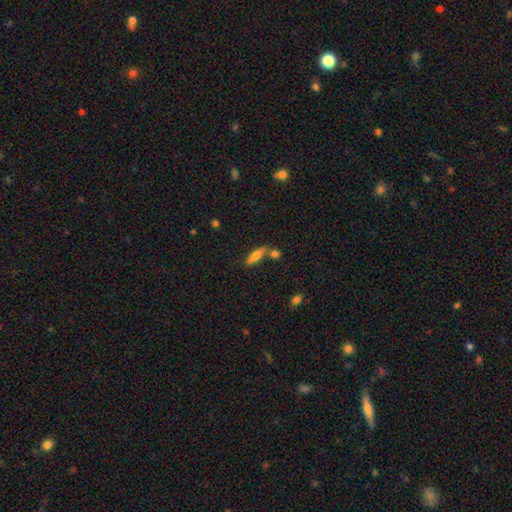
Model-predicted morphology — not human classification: Smooth or featured? Predicted: smooth (p=0.63). How rounded? Predicted: cigar-shaped (p=0.65). Merging? Predicted: none (p=0.61).